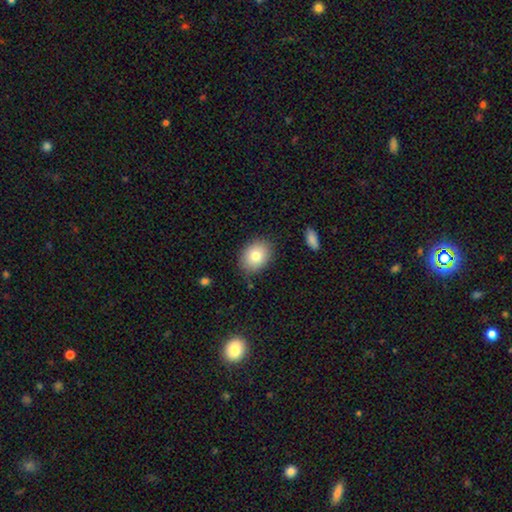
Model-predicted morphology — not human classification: type=smooth (80%); roundness=in between (60%); merging=none (82%).